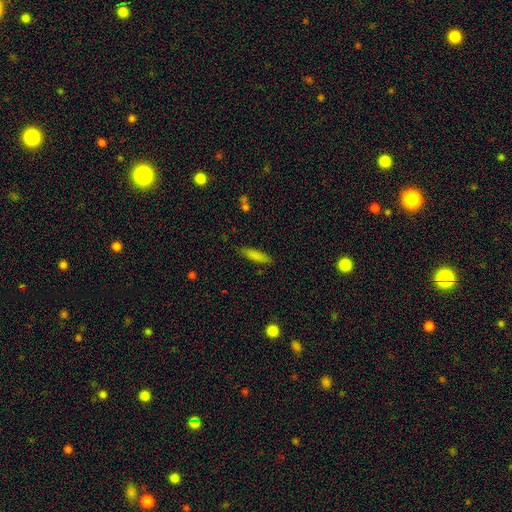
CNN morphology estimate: smooth-or-featured: smooth: 82% | featured or disk: 10% | star or artifact: 8%
  how-rounded: cigar-shaped: 74% | in between: 24% | round: 2%
  merging: none: 83% | minor disturbance: 13% | major disturbance: 3% | merger: 2%